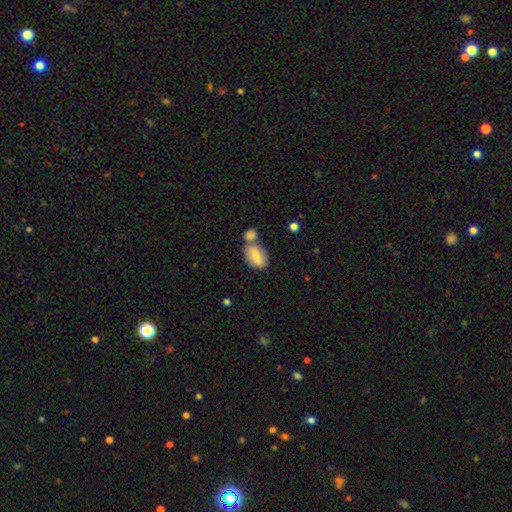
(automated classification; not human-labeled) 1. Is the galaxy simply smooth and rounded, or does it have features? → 69% smooth, 24% featured or disk, 7% star or artifact.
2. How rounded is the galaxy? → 84% in between, 13% round, 2% cigar-shaped.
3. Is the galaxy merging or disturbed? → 43% merger, 40% none, 13% minor disturbance, 4% major disturbance.